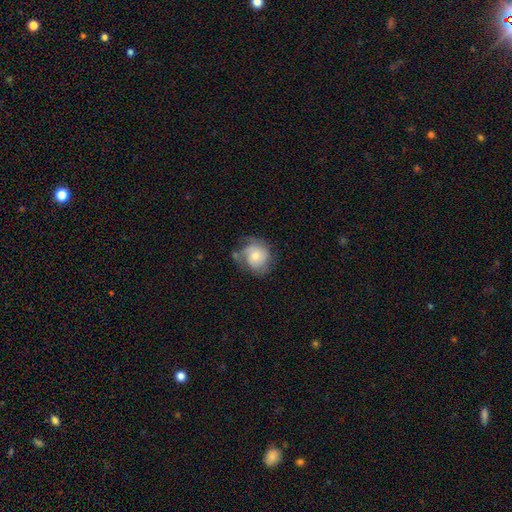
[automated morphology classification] Smooth or featured? Predicted: featured or disk (p=0.47). Merging? Predicted: none (p=0.50).